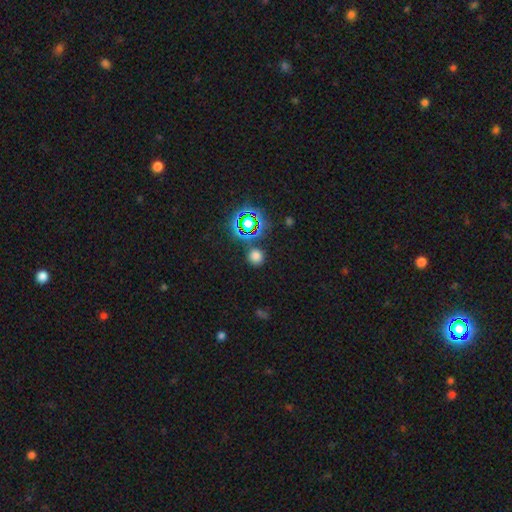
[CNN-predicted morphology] This appears to be a smooth galaxy with no disk features (66%) that is round (91%). Merging: none (84%).